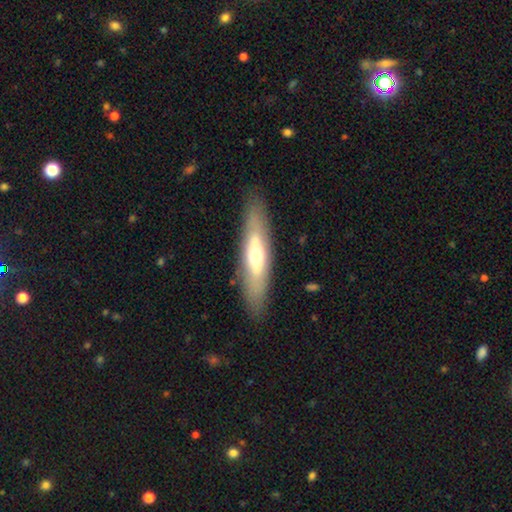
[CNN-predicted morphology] featured or disk 52%, smooth 43%, star or artifact 6%. Down the decision tree: edge-on disk — yes (55%); merging — none (86%).